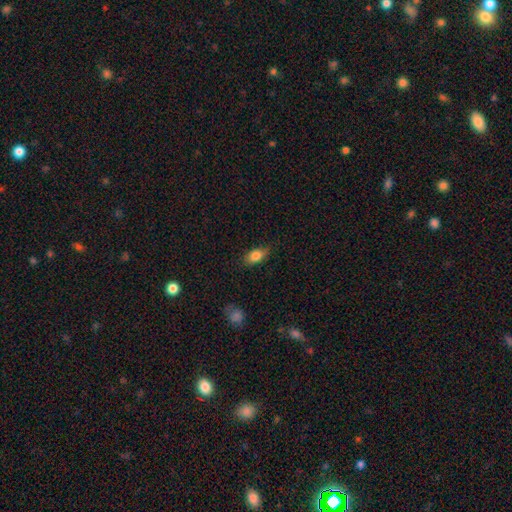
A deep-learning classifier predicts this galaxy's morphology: Overall: smooth (81%). How rounded: in between (85%). Merging: none (80%).